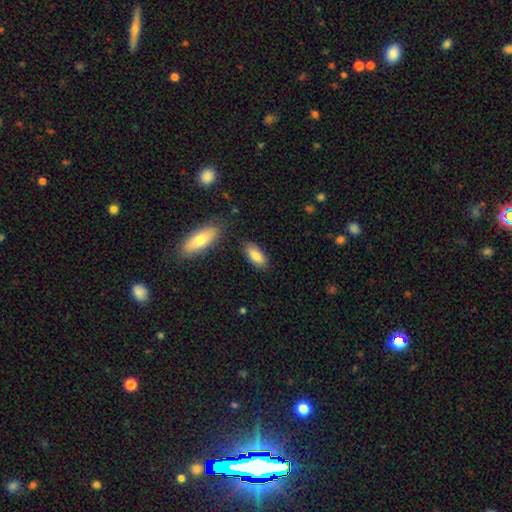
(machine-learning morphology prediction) smooth_or_featured: smooth (p=0.81) [alt: featured or disk p=0.13]
how_rounded: in between (p=0.83) [alt: cigar-shaped p=0.15]
merging: none (p=0.81) [alt: minor disturbance p=0.12]